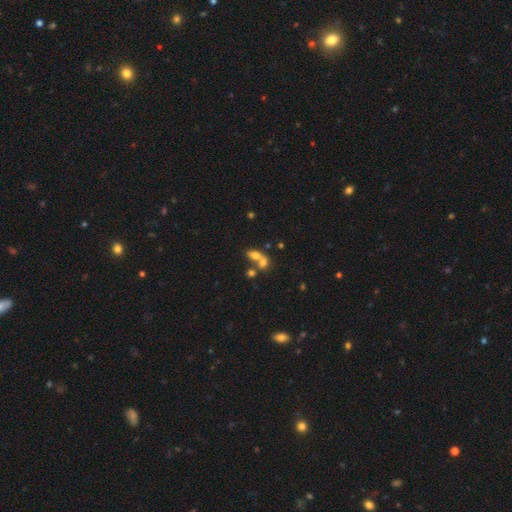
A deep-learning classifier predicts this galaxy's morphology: smooth_or_featured: smooth (p=0.67) [alt: featured or disk p=0.20]
how_rounded: in between (p=0.69) [alt: round p=0.27]
merging: merger (p=0.62) [alt: none p=0.25]